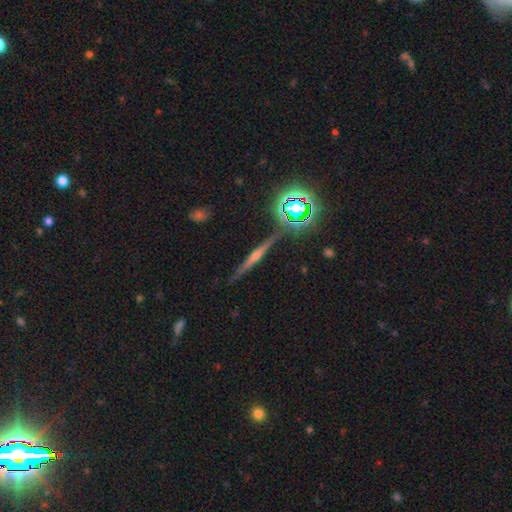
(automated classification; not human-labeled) This is likely a featured or disk galaxy (63%). It is clearly viewed edge-on (96%). Edge-on bulge: likely rounded (77%). Merging: clearly none (88%).